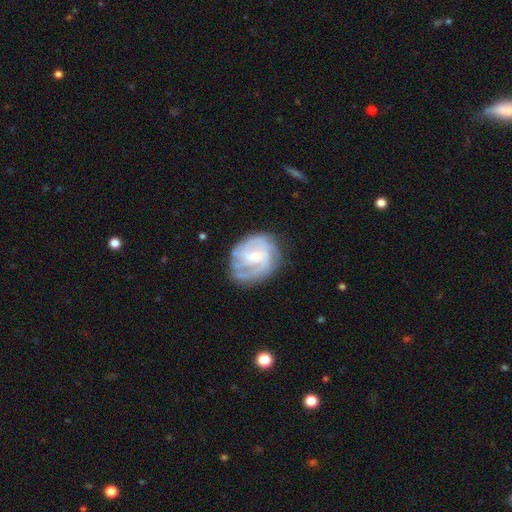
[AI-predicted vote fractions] The model was most divided on "spiral arm count": can't tell: 29%, 2: 27%, 3: 26%, 4: 8%, 1: 5%, more than 4: 4%. Remaining: edge-on disk — no (98%); spiral arms — yes (93%); smooth or featured — featured or disk (81%); merging — none (68%); bulge size — small (62%); spiral winding — tight (52%); bar — no (46%).